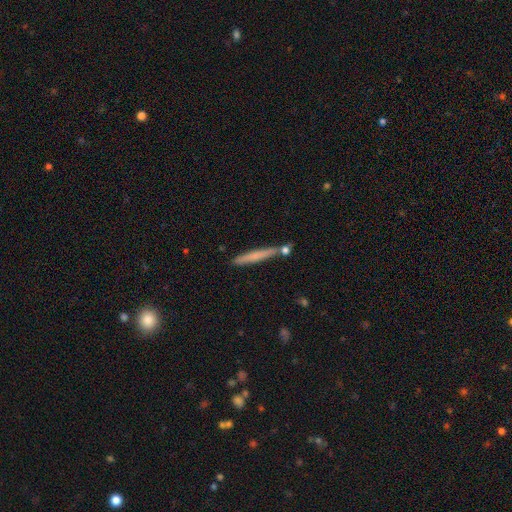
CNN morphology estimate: Smooth or featured? Predicted: smooth (p=0.60). How rounded? Predicted: cigar-shaped (p=0.96). Merging? Predicted: none (p=0.83).